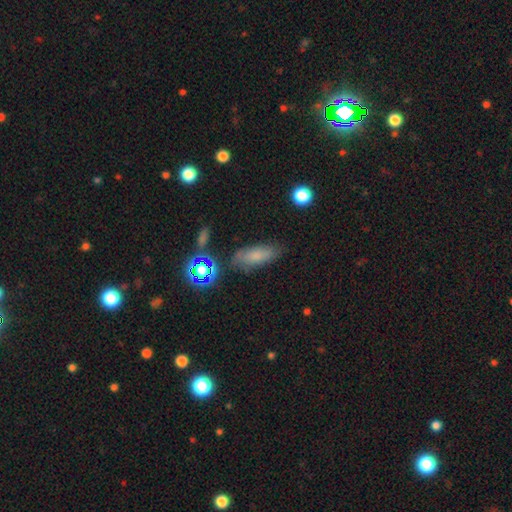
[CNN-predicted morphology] Smooth or featured? smooth (67%)
How rounded? in between (69%)
Merging? none (72%)